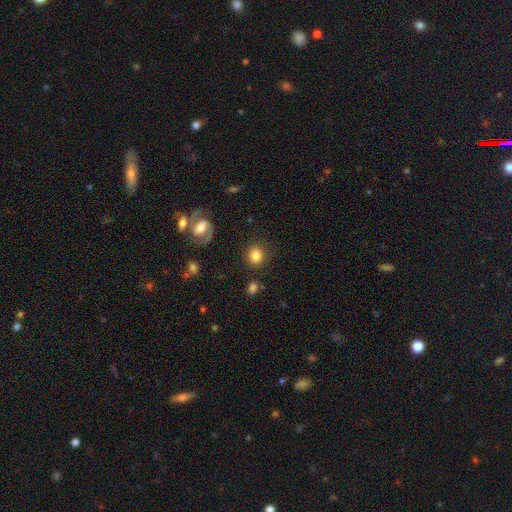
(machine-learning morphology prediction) This is clearly a smooth galaxy (83%). How rounded: likely round (75%). Merging: clearly none (81%).